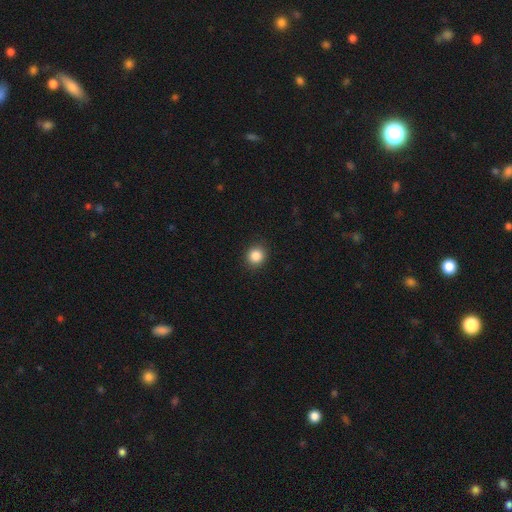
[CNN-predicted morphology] Smooth or featured?
  - smooth: 86% *
  - star or artifact: 10%
  - featured or disk: 4%
How rounded?
  - round: 85% *
  - in between: 14%
  - cigar-shaped: 1%
Merging?
  - none: 90% *
  - minor disturbance: 7%
  - major disturbance: 2%
  - merger: 1%